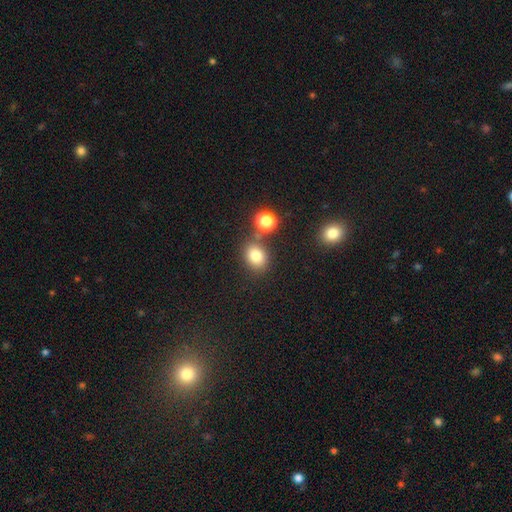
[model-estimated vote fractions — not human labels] A smooth galaxy with no disk features (79%) that is round (58%).

Vote fractions:
- Smooth or featured? smooth: 79% / star or artifact: 13% / featured or disk: 7%
- How rounded? round: 58% / in between: 41% / cigar-shaped: 1%
- Merging? none: 71% / merger: 13% / minor disturbance: 12% / major disturbance: 4%